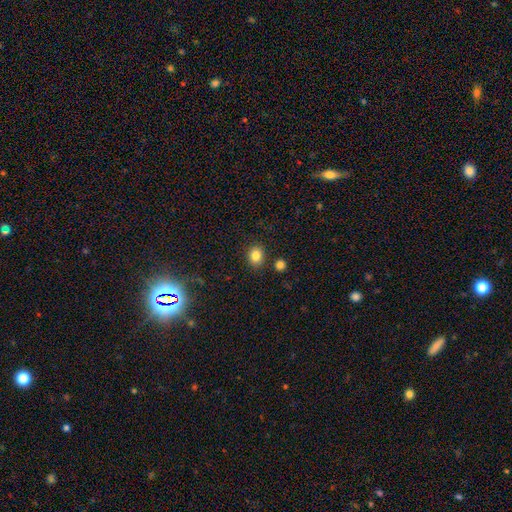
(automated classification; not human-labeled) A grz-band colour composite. It shows a smooth galaxy with no disk features (83%) that is round (65%). Merging: none (85%).